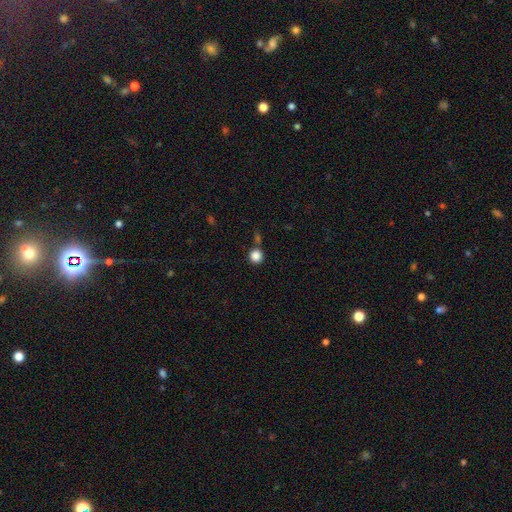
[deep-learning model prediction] This is clearly a smooth galaxy (86%). How rounded: clearly round (93%). Merging: likely none (74%).